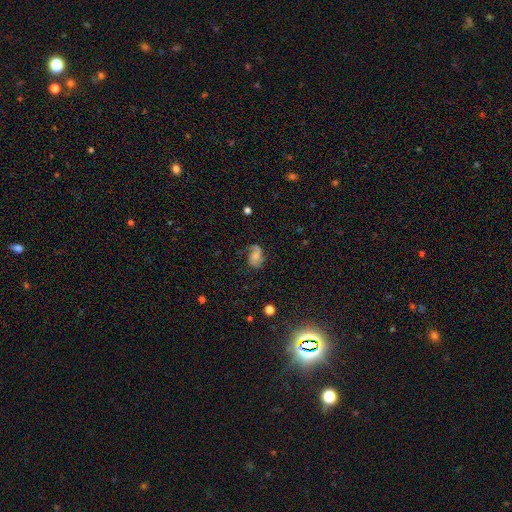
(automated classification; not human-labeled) Smooth or featured: featured or disk — 53% (smooth — 37%)
Edge-on disk: no — 97% (yes — 3%)
Bar: no — 65% (weak — 29%)
Spiral arms: yes — 87% (no — 13%)
Bulge size: small — 39% (moderate — 34%)
Merging: none — 54% (minor disturbance — 26%)